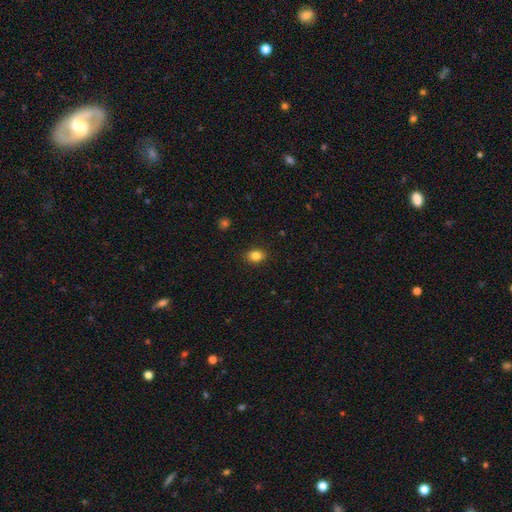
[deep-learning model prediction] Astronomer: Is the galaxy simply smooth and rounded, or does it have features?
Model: smooth — 84%.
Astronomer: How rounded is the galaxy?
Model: in between — 66%.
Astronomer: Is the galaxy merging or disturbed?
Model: none — 89%.